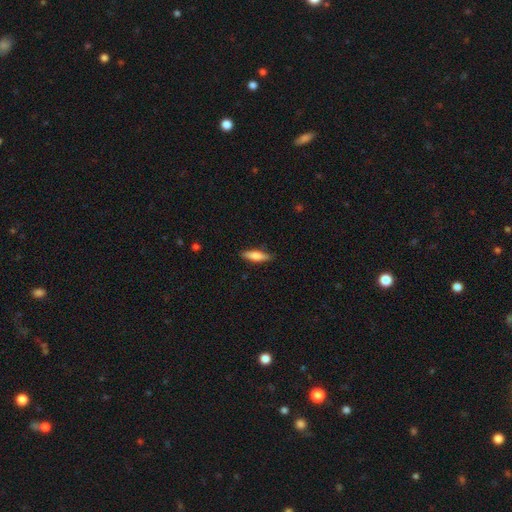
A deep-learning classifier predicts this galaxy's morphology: smooth 70%, featured or disk 24%, star or artifact 6%. Down the decision tree: how rounded — cigar-shaped (62%); merging — none (86%).